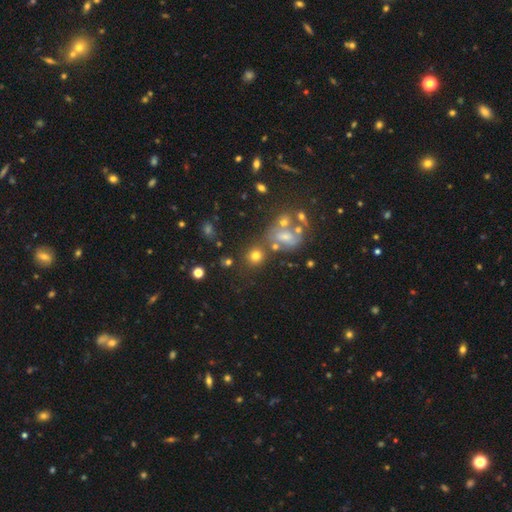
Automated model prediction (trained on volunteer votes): Q: Smooth or featured?
A: smooth (74%); runner-up: star or artifact (15%)
Q: How rounded?
A: round (85%); runner-up: in between (14%)
Q: Merging?
A: none (68%); runner-up: merger (15%)